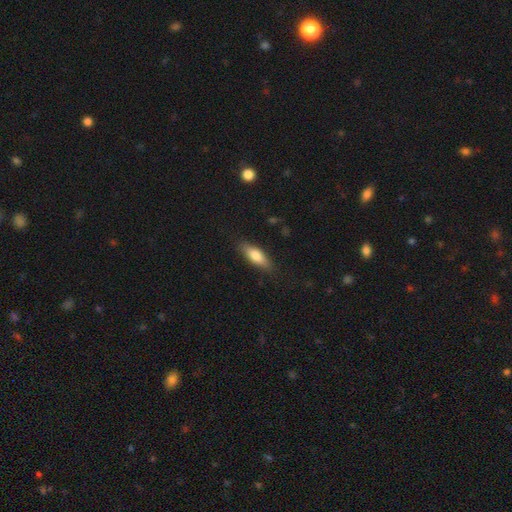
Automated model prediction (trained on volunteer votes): smooth_or_featured: smooth (p=0.76) [alt: featured or disk p=0.18]
how_rounded: in between (p=0.62) [alt: cigar-shaped p=0.36]
merging: none (p=0.83) [alt: minor disturbance p=0.13]